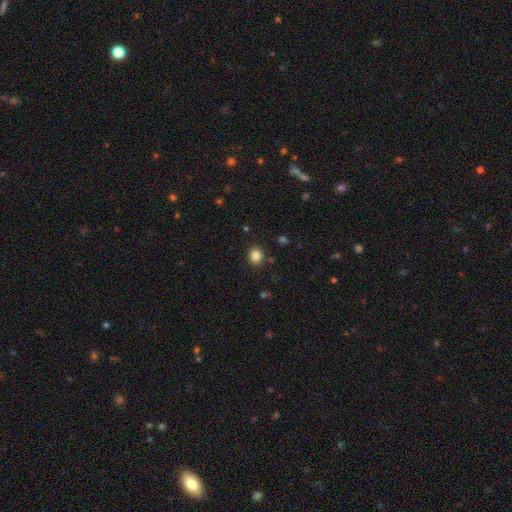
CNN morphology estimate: This is clearly a smooth galaxy (84%). How rounded: likely round (75%). Merging: clearly none (89%).